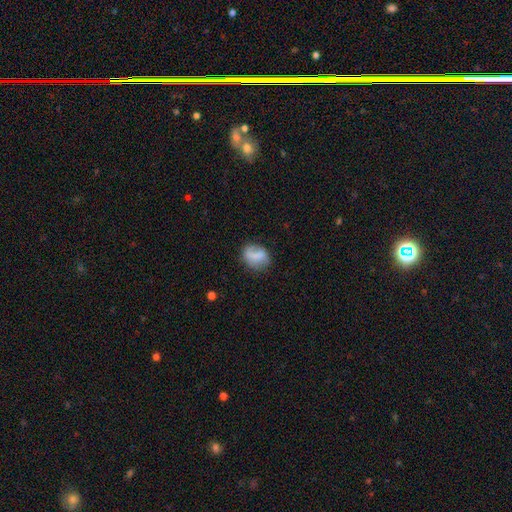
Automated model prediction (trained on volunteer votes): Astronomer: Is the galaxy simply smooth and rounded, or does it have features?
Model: smooth — 60%.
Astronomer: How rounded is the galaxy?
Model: in between — 56% (runner-up: round, 42%).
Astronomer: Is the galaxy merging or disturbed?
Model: none — 63%.